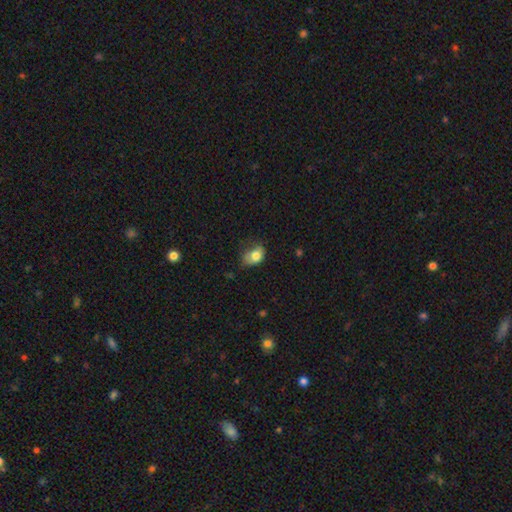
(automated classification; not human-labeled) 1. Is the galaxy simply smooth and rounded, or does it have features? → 76% smooth, 15% featured or disk, 9% star or artifact.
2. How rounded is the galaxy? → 75% in between, 24% round, 1% cigar-shaped.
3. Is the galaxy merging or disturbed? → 39% minor disturbance, 35% none, 23% major disturbance, 3% merger.